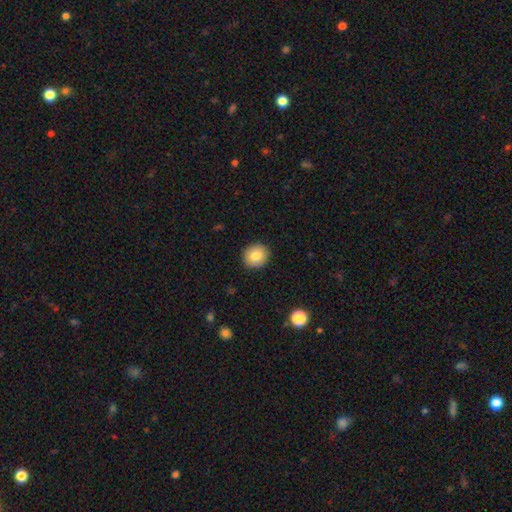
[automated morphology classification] Smooth or featured: smooth — 82% (featured or disk — 9%)
How rounded: round — 86% (in between — 13%)
Merging: none — 91% (minor disturbance — 6%)